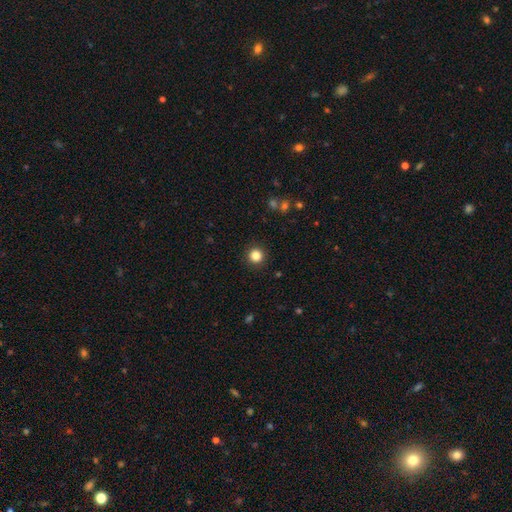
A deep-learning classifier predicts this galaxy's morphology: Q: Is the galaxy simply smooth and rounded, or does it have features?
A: smooth — 83%.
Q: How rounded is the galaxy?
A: round — 95%.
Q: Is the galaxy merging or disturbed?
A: none — 92%.